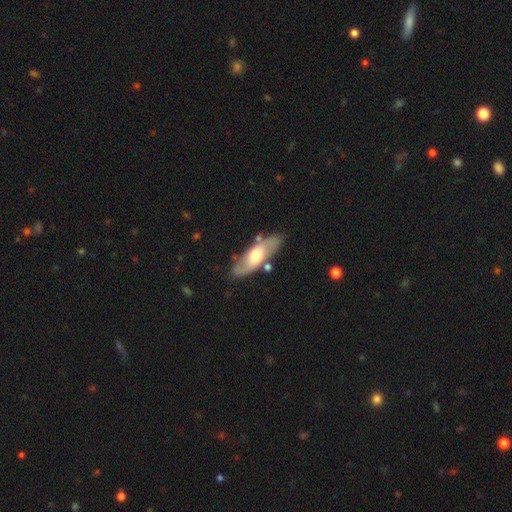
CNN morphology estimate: A featured or disk galaxy (55%).

Vote fractions:
- Smooth or featured? featured or disk: 55% / smooth: 40% / star or artifact: 5%
- Edge-on disk? no: 74% / yes: 26%
- Merging? none: 76% / minor disturbance: 15% / merger: 5% / major disturbance: 4%